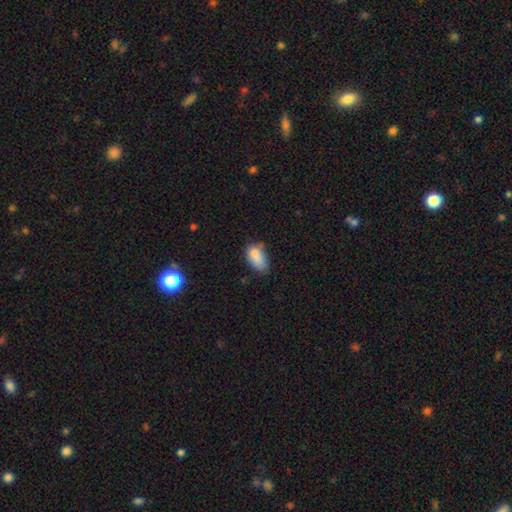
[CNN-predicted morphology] Smooth or featured: smooth — 83% (star or artifact — 9%)
How rounded: in between — 92% (round — 6%)
Merging: none — 50% (minor disturbance — 34%)